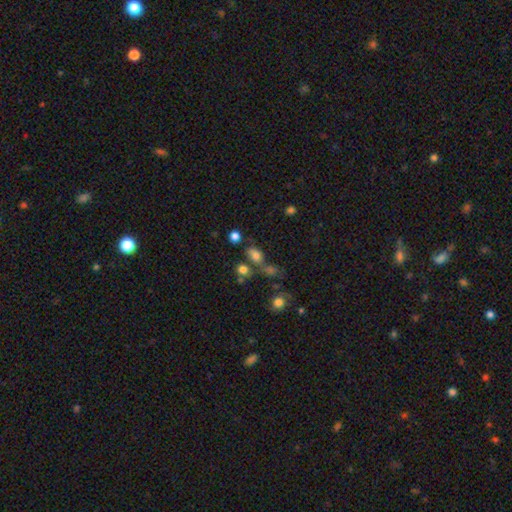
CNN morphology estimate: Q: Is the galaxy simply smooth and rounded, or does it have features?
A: smooth — 74%.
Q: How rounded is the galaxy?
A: in between — 71%.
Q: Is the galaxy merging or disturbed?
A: none — 53%.